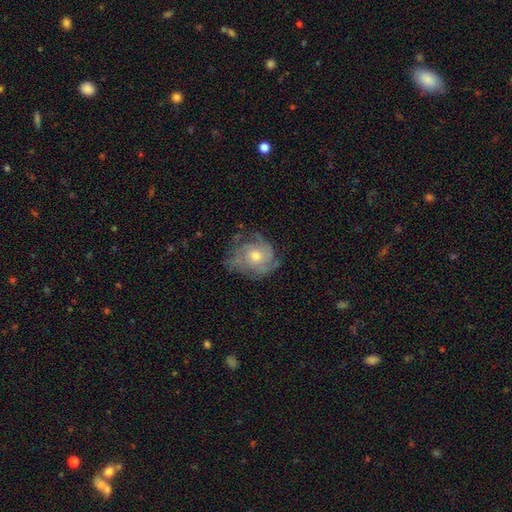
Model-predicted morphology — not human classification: A featured or disk galaxy (74%) with no bar (83%), tight (56%) spiral arms (88%) and a moderate central bulge (63%).

Vote fractions:
- Smooth or featured? featured or disk: 74% / smooth: 18% / star or artifact: 7%
- Edge-on disk? no: 97% / yes: 3%
- Bar? no: 83% / weak: 15% / strong: 2%
- Spiral arms? yes: 88% / no: 12%
- Spiral winding? tight: 56% / medium: 33% / loose: 11%
- Spiral arm count? can't tell: 34% / 3: 26% / 4: 16% / 2: 13% / more than 4: 6% / 1: 5%
- Bulge size? moderate: 63% / small: 32% / large: 3% / none: 1% / dominant: 1%
- Merging? none: 63% / minor disturbance: 23% / major disturbance: 12% / merger: 1%